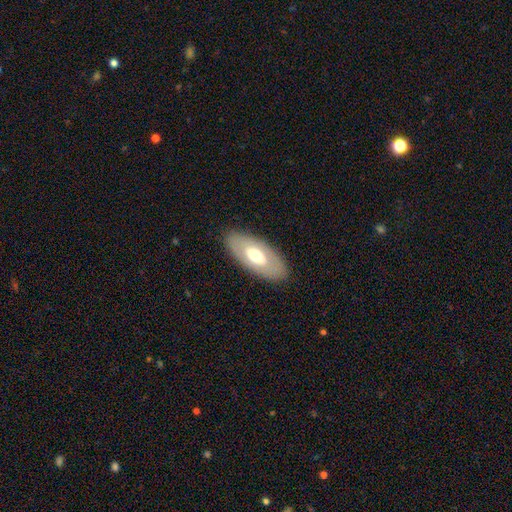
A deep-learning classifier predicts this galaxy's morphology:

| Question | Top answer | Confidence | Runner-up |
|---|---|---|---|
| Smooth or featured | smooth | 52% | featured or disk (43%) |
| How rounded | in between | 90% | cigar-shaped (7%) |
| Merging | none | 86% | minor disturbance (10%) |